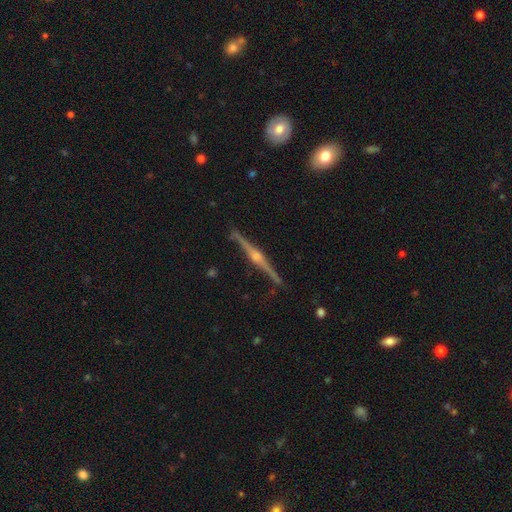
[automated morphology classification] smooth_or_featured: featured or disk (p=0.88) [alt: smooth p=0.07]
disk_edge_on: yes (p=0.98) [alt: no p=0.02]
edge_on_bulge: rounded (p=0.91) [alt: boxy p=0.05]
merging: none (p=0.89) [alt: minor disturbance p=0.08]